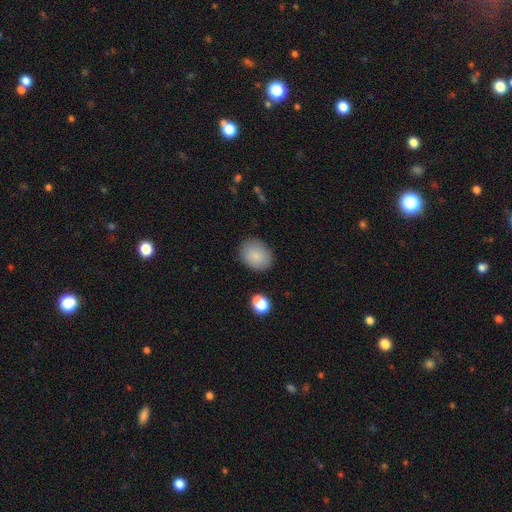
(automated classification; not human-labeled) The model was most divided on "how rounded": in between: 59%, round: 40%, cigar-shaped: 1%. More confident: smooth or featured — smooth (86%); merging — none (85%).